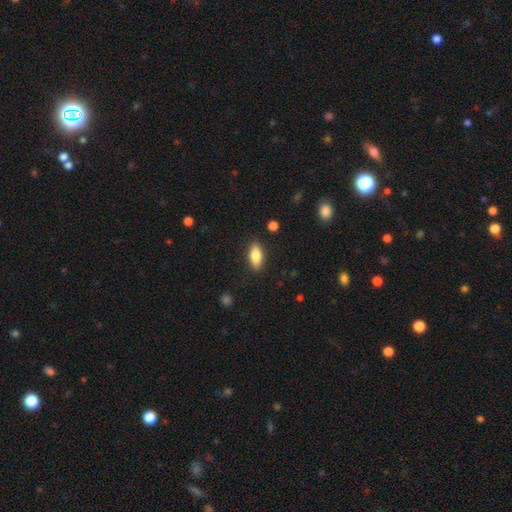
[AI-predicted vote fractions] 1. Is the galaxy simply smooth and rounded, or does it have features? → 79% smooth, 14% featured or disk, 7% star or artifact.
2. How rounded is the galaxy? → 81% in between, 16% cigar-shaped, 3% round.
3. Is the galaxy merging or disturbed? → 87% none, 9% minor disturbance, 2% major disturbance, 1% merger.